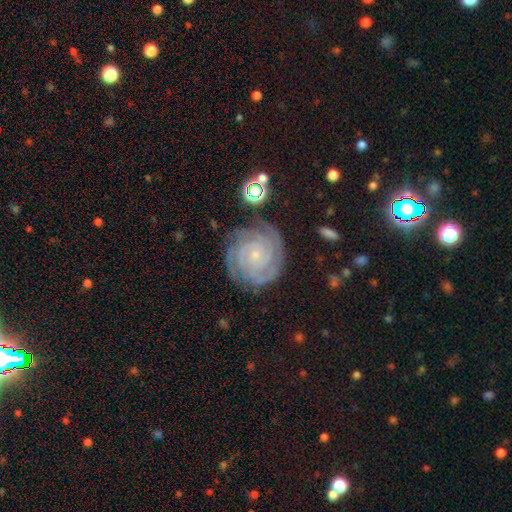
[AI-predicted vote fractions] Q: Smooth or featured?
A: featured or disk (86%); runner-up: smooth (7%)
Q: Edge-on disk?
A: no (98%); runner-up: yes (2%)
Q: Bar?
A: no (76%); runner-up: weak (18%)
Q: Spiral arms?
A: yes (98%); runner-up: no (2%)
Q: Spiral winding?
A: tight (84%); runner-up: medium (14%)
Q: Spiral arm count?
A: 3 (30%); runner-up: 2 (22%)
Q: Bulge size?
A: small (84%); runner-up: moderate (10%)
Q: Merging?
A: none (80%); runner-up: minor disturbance (14%)